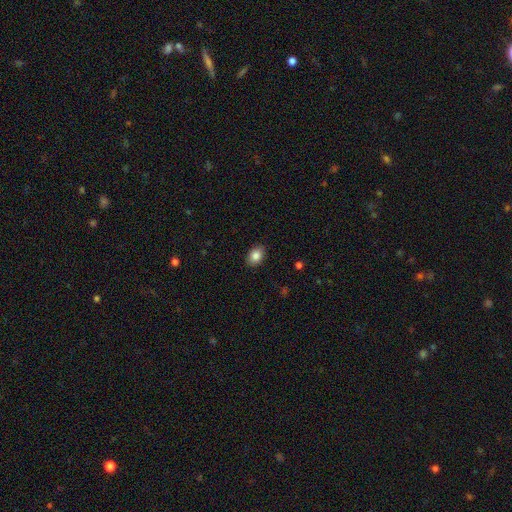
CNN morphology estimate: Smooth or featured? Predicted: smooth (p=0.86). How rounded? Predicted: in between (p=0.78). Merging? Predicted: none (p=0.88).